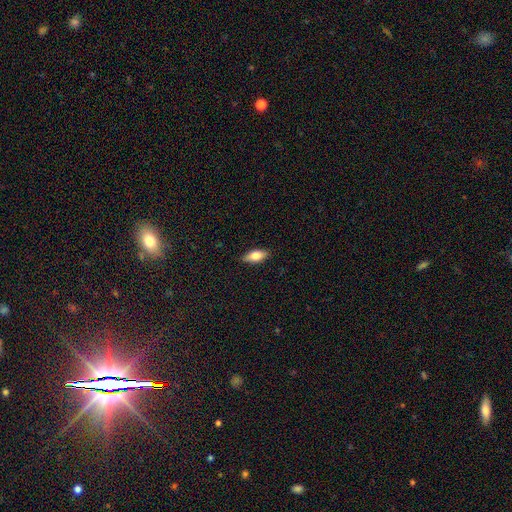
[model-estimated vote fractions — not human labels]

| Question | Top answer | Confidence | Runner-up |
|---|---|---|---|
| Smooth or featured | smooth | 76% | featured or disk (18%) |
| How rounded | in between | 81% | cigar-shaped (16%) |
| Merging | none | 87% | minor disturbance (10%) |